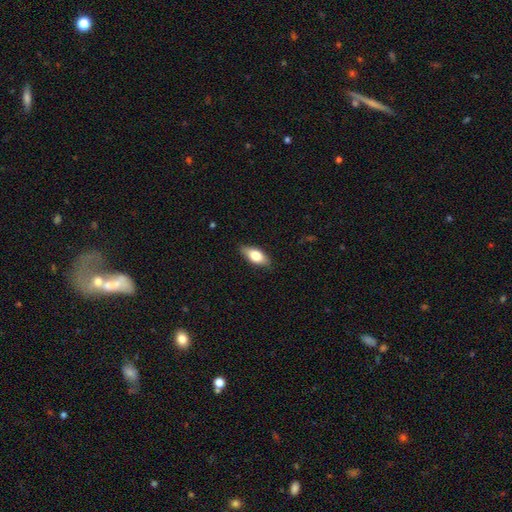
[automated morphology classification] smooth 72%, featured or disk 21%, star or artifact 7%. Down the decision tree: how rounded — in between (82%); merging — none (84%).